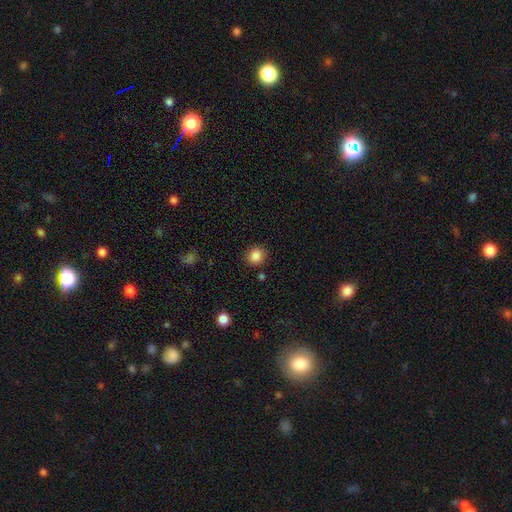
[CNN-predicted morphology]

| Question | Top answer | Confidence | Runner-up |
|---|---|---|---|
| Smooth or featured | smooth | 85% | star or artifact (11%) |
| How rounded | round | 86% | in between (13%) |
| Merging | none | 88% | minor disturbance (8%) |